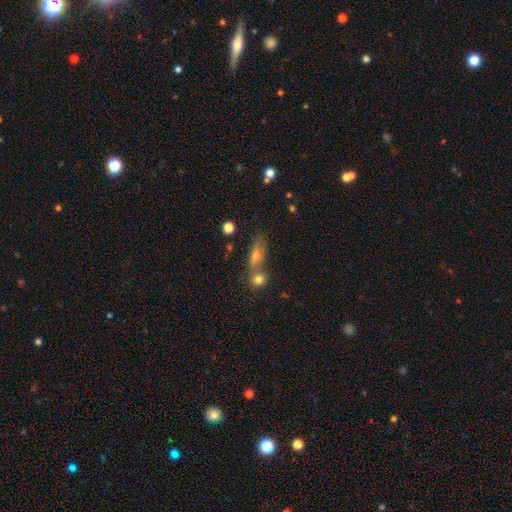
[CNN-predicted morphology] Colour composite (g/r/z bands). It shows a smooth galaxy with no disk features (64%) that is in between round and cigar-shaped (51%). Merging: none (51%).